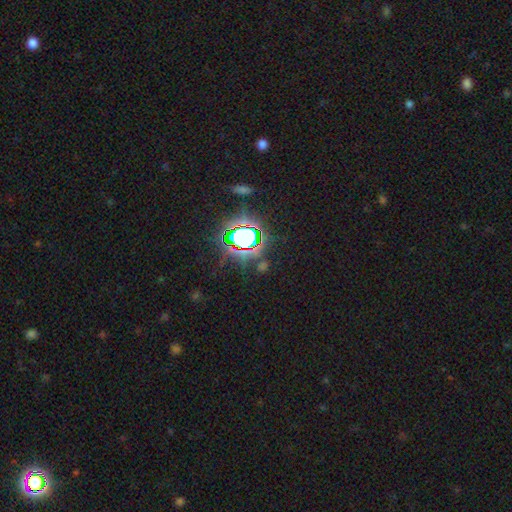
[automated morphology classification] Smooth or featured?
  - star or artifact: 81% *
  - smooth: 12%
  - featured or disk: 7%